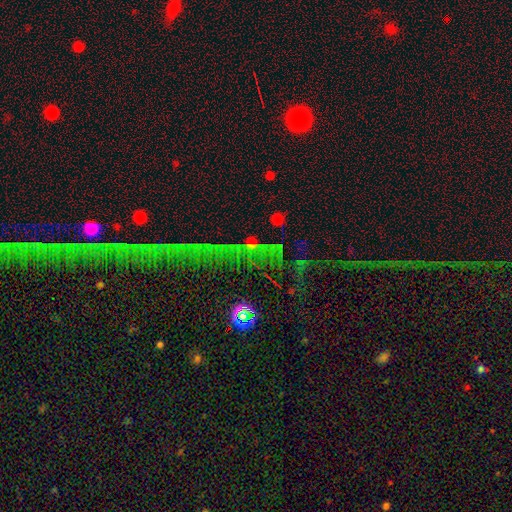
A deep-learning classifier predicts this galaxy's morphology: A star or artifact, not a galaxy (81%).